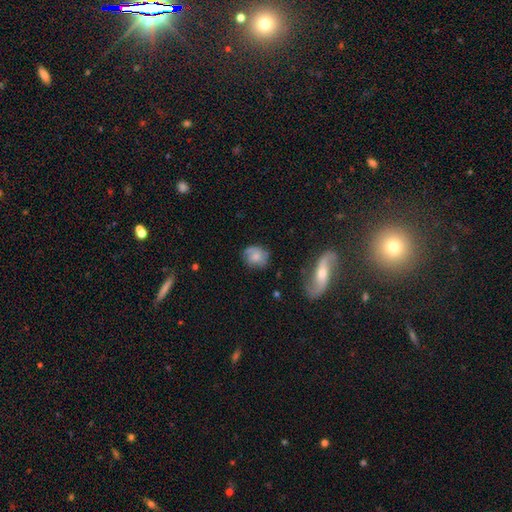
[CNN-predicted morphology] A smooth galaxy with no disk features (64%) that is round (60%). Merging: none (59%).